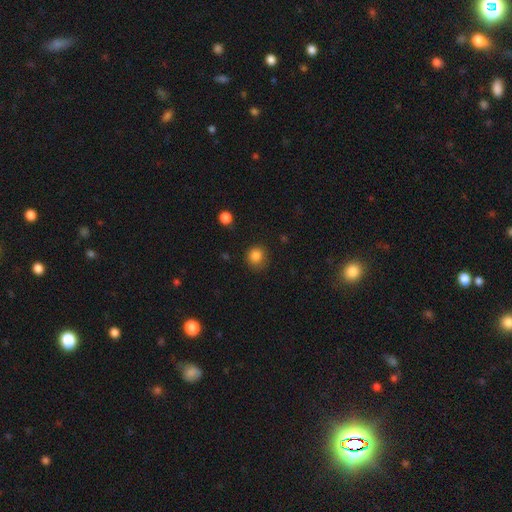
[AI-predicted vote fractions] This appears to be a smooth galaxy with no disk features (84%) that is round (87%). Merging: none (79%).